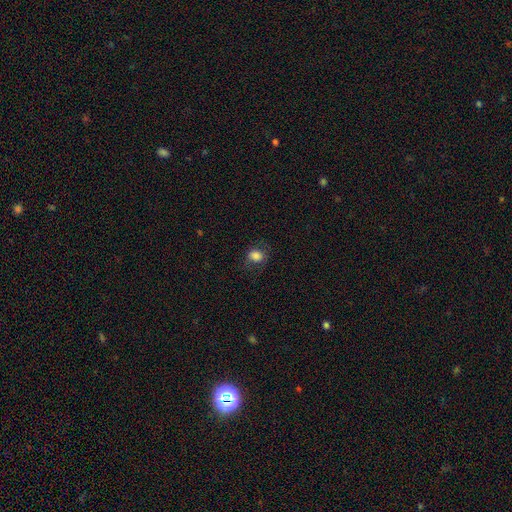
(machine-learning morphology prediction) Smooth or featured?
  - smooth: 80% *
  - star or artifact: 10%
  - featured or disk: 9%
How rounded?
  - round: 54% *
  - in between: 45%
  - cigar-shaped: 1%
Merging?
  - none: 70% *
  - minor disturbance: 18%
  - major disturbance: 10%
  - merger: 1%